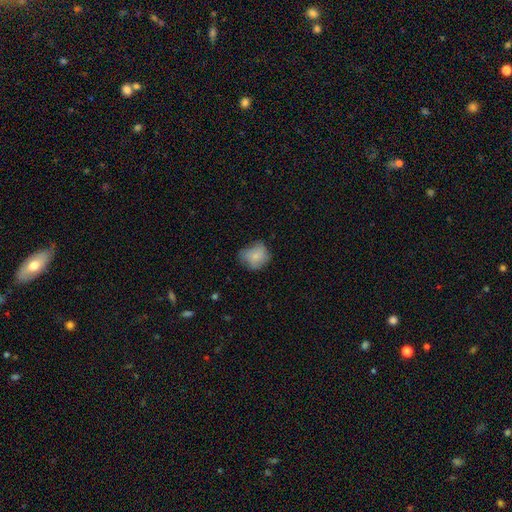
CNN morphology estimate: smooth 73%, featured or disk 18%, star or artifact 9%. Down the decision tree: how rounded — round (66%); merging — none (52%).